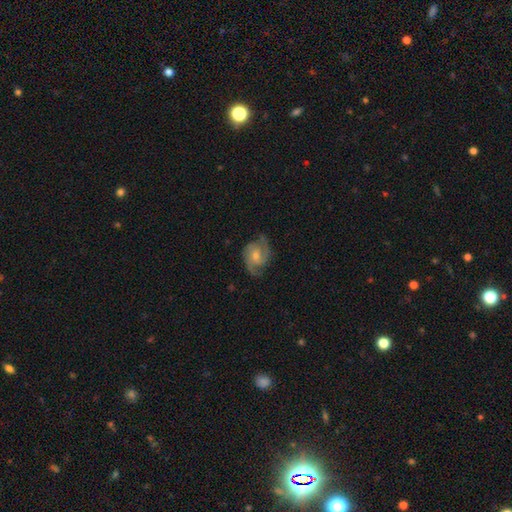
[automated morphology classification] This appears to be a featured or disk galaxy (86%) with no bar (61%), 2 (74%) medium (51%) spiral arms (97%) and a moderate central bulge (54%). Merging: none (78%).